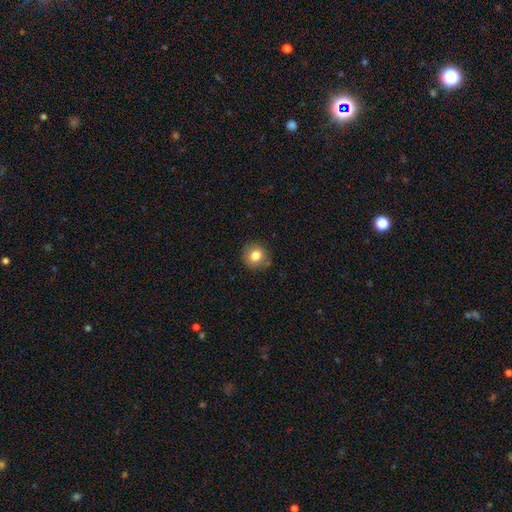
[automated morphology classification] Smooth or featured? smooth (82%)
How rounded? round (89%)
Merging? none (86%)